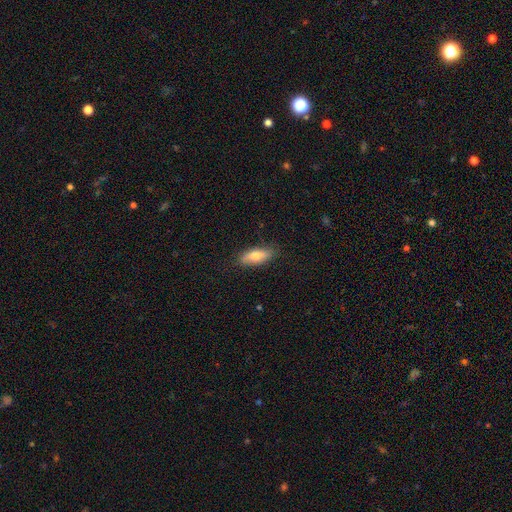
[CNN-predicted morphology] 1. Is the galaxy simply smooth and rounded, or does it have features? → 70% smooth, 24% featured or disk, 6% star or artifact.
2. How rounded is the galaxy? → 68% in between, 29% cigar-shaped, 3% round.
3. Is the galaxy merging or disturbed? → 82% none, 14% minor disturbance, 3% major disturbance, 1% merger.